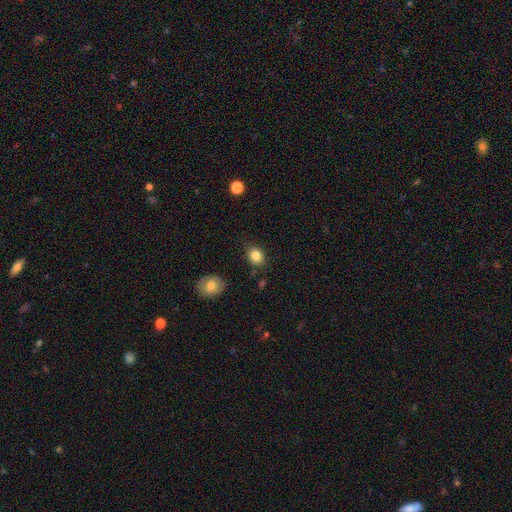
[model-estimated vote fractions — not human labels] A smooth galaxy with no disk features (85%) that is round (52%). Merging: none (82%).